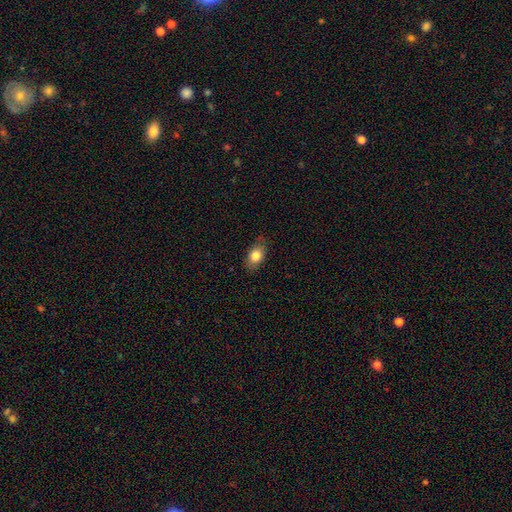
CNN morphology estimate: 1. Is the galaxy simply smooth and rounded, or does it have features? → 81% smooth, 11% featured or disk, 8% star or artifact.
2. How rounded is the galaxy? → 86% in between, 12% round, 3% cigar-shaped.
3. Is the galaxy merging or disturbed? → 79% none, 17% minor disturbance, 3% major disturbance, 1% merger.